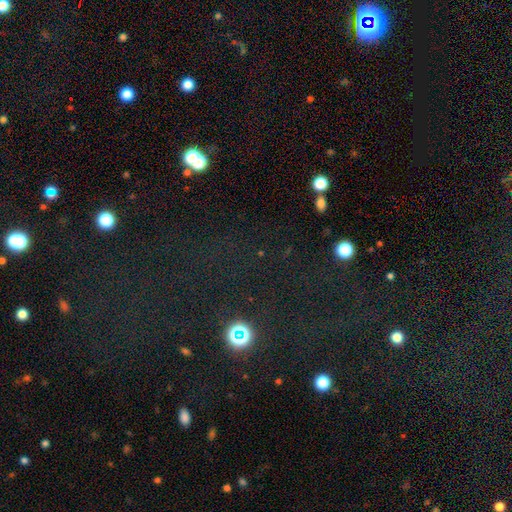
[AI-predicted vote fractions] This appears to be a star or artifact, not a galaxy (69%).